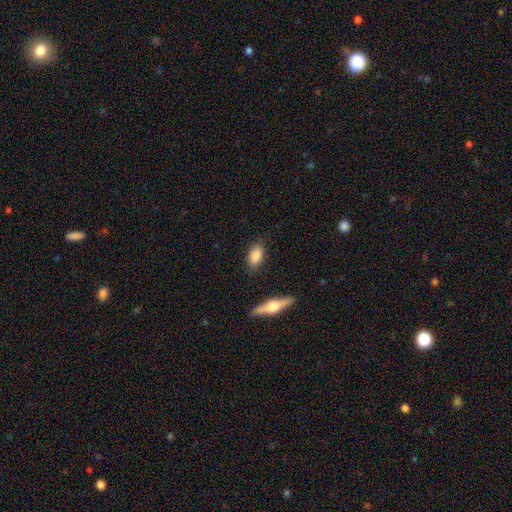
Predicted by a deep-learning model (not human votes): A smooth galaxy with no disk features (81%) that is in between round and cigar-shaped (85%). Merging: none (83%).